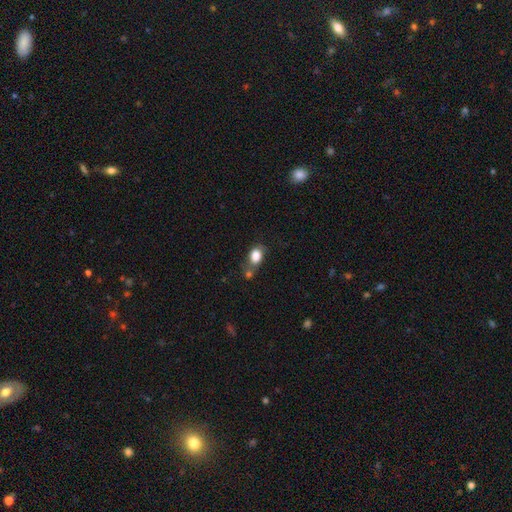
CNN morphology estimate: Smooth or featured?
  - smooth: 83% *
  - star or artifact: 10%
  - featured or disk: 8%
How rounded?
  - in between: 71% *
  - round: 27%
  - cigar-shaped: 2%
Merging?
  - none: 46% *
  - minor disturbance: 23%
  - merger: 22%
  - major disturbance: 10%